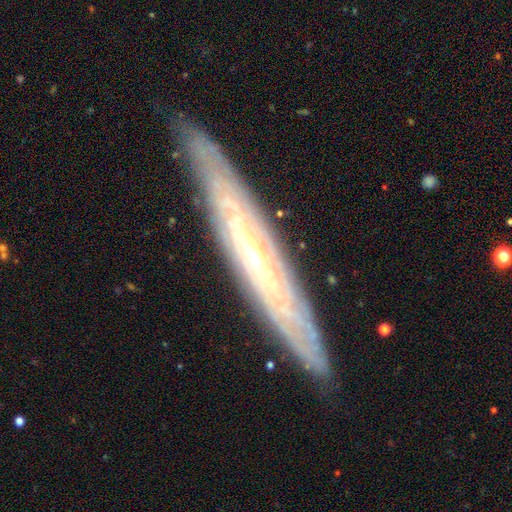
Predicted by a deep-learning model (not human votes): Smooth or featured? featured or disk (82%)
Edge-on disk? yes (58%)
Merging? none (85%)